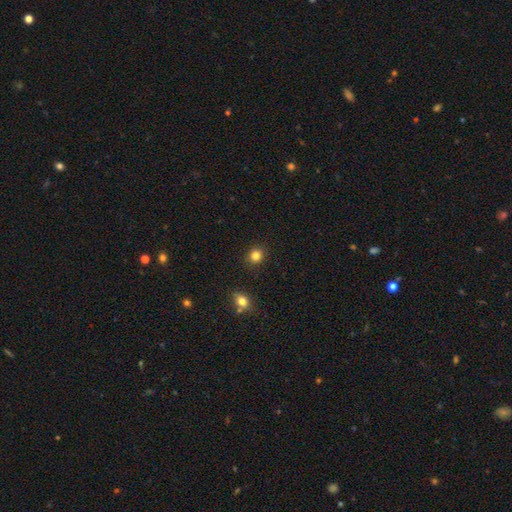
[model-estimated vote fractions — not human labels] Q: Smooth or featured?
A: smooth (83%); runner-up: star or artifact (12%)
Q: How rounded?
A: round (79%); runner-up: in between (20%)
Q: Merging?
A: none (89%); runner-up: minor disturbance (7%)